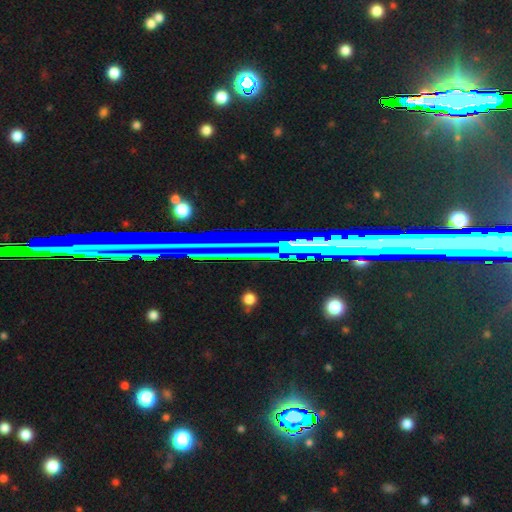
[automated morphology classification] Overall: star or artifact (71%).